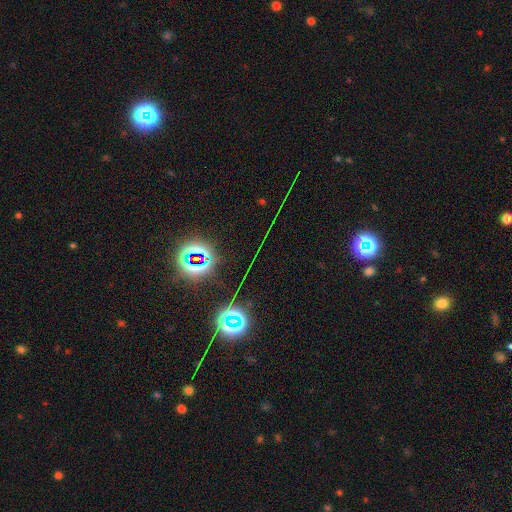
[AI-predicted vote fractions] Smooth or featured? star or artifact (77%)